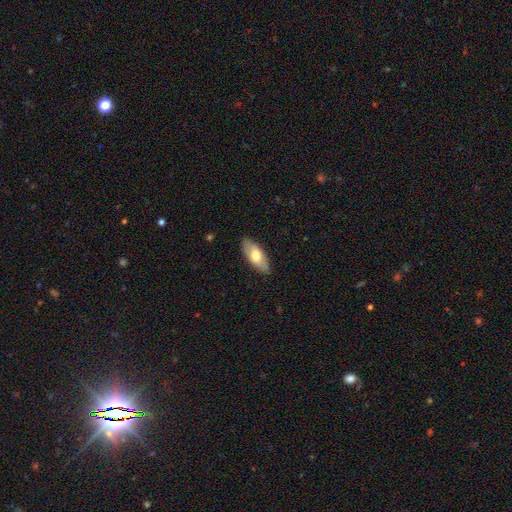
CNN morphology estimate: Smooth or featured? smooth (64%)
How rounded? in between (84%)
Merging? none (86%)